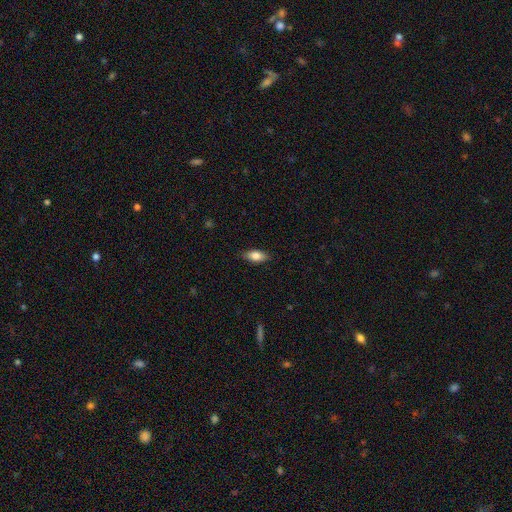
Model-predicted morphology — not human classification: Overall: smooth (80%). How rounded: in between (84%). Merging: none (85%).